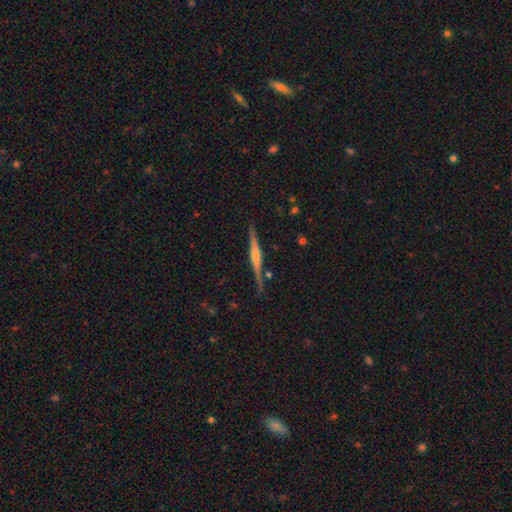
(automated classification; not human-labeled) Smooth or featured?
  - featured or disk: 73% *
  - smooth: 20%
  - star or artifact: 7%
Edge-on disk?
  - yes: 98% *
  - no: 2%
Edge-on bulge?
  - rounded: 57% *
  - boxy: 26%
  - none: 17%
Merging?
  - none: 88% *
  - minor disturbance: 9%
  - major disturbance: 2%
  - merger: 2%